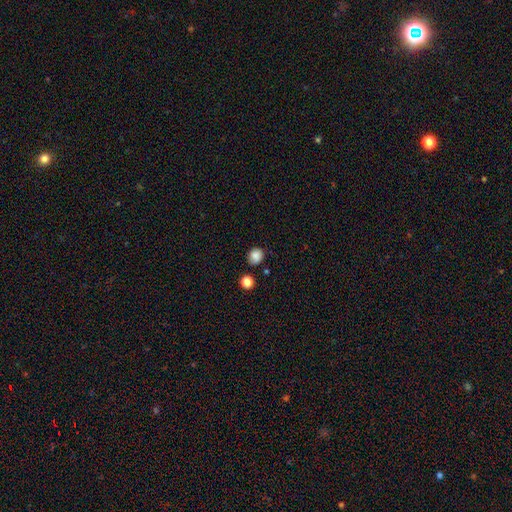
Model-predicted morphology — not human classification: smooth-or-featured: smooth: 85% | star or artifact: 11% | featured or disk: 4%
  how-rounded: round: 78% | in between: 21% | cigar-shaped: 1%
  merging: none: 79% | minor disturbance: 14% | merger: 4% | major disturbance: 3%